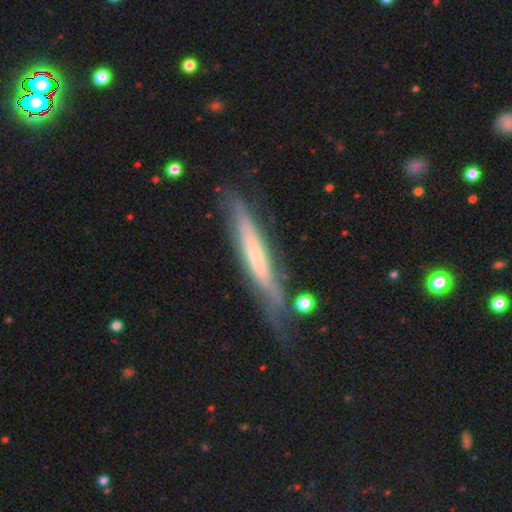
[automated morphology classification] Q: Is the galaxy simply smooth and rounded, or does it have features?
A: featured or disk — 65%.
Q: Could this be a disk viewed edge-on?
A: yes — 74%.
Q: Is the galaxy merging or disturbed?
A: none — 59%.